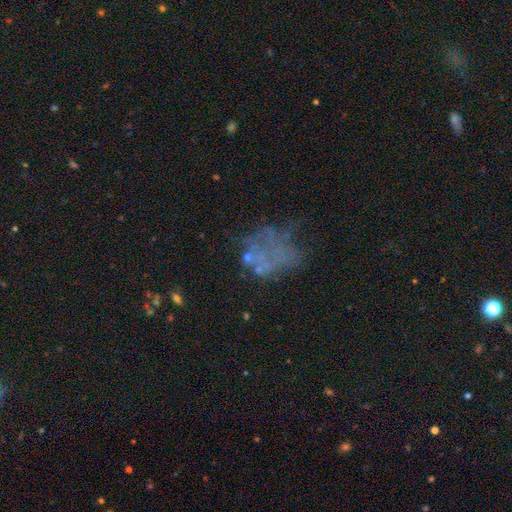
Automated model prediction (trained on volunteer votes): This appears to be a featured or disk galaxy (52%) with no bar (95%), no spiral arms (95%) and no central bulge (85%). Merging: major disturbance (36%).